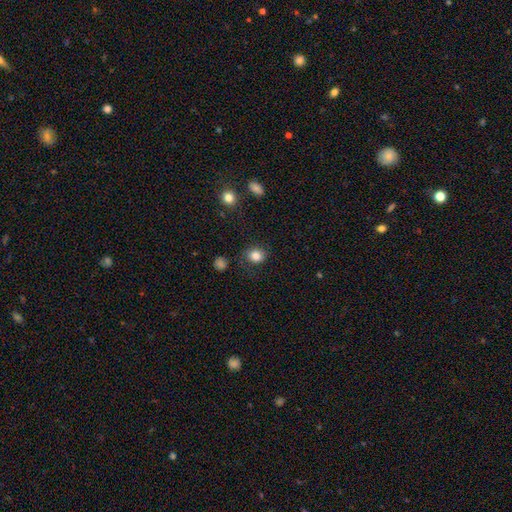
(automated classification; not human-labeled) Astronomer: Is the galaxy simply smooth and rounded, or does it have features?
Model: smooth — 84%.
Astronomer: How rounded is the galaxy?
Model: round — 70%.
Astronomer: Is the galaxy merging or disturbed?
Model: none — 79%.